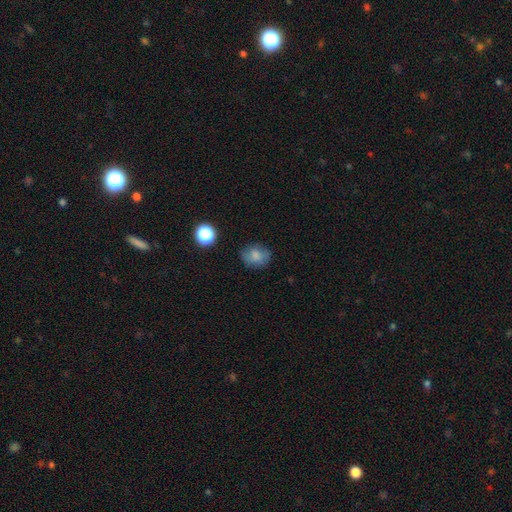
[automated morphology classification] Smooth or featured: smooth — 75% (featured or disk — 13%)
How rounded: round — 53% (in between — 46%)
Merging: none — 72% (minor disturbance — 20%)